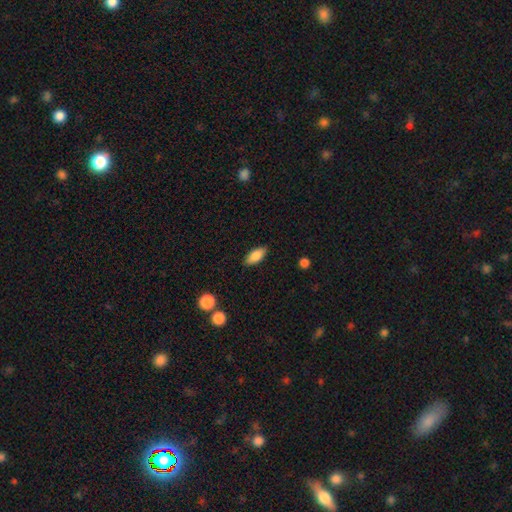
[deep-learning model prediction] This is clearly a smooth galaxy (82%). How rounded: clearly in between (84%). Merging: clearly none (86%).